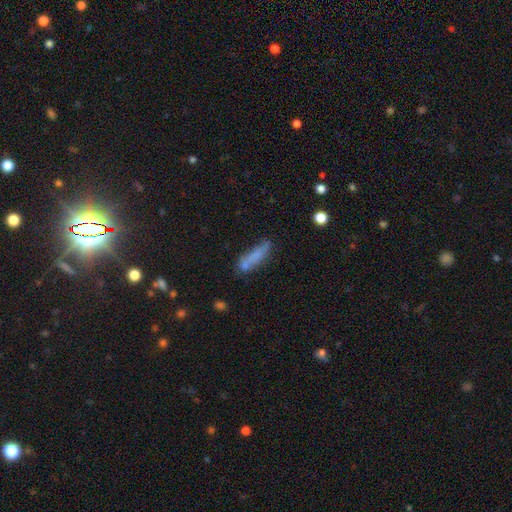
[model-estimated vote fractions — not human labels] Smooth or featured: smooth — 70% (featured or disk — 20%)
How rounded: cigar-shaped — 66% (in between — 32%)
Merging: none — 52% (minor disturbance — 24%)